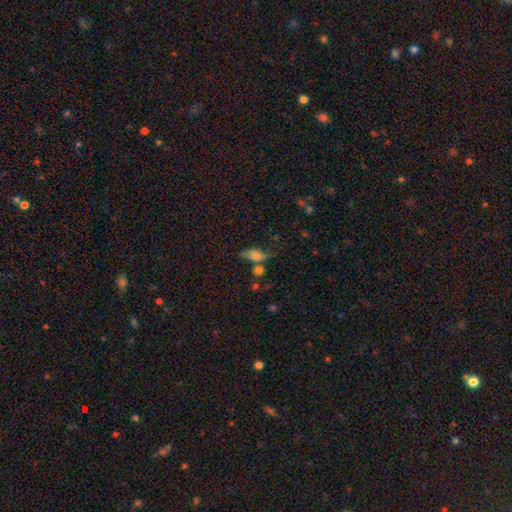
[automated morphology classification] This is likely a smooth galaxy (61%). How rounded: likely in between (74%). Merging: marginally none (39%).